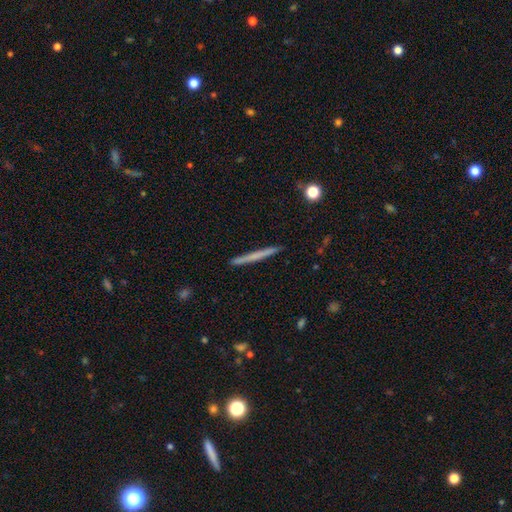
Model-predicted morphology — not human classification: Q: Smooth or featured?
A: smooth (55%); runner-up: featured or disk (40%)
Q: How rounded?
A: cigar-shaped (97%); runner-up: in between (2%)
Q: Merging?
A: none (92%); runner-up: minor disturbance (6%)